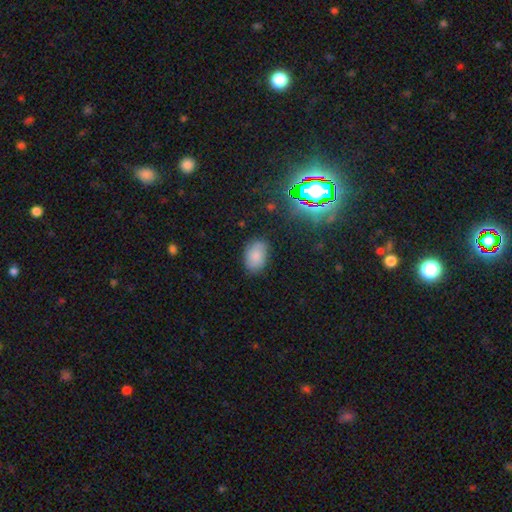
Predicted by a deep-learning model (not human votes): Smooth or featured: smooth — 76% (featured or disk — 12%)
How rounded: in between — 85% (round — 14%)
Merging: none — 75% (minor disturbance — 18%)